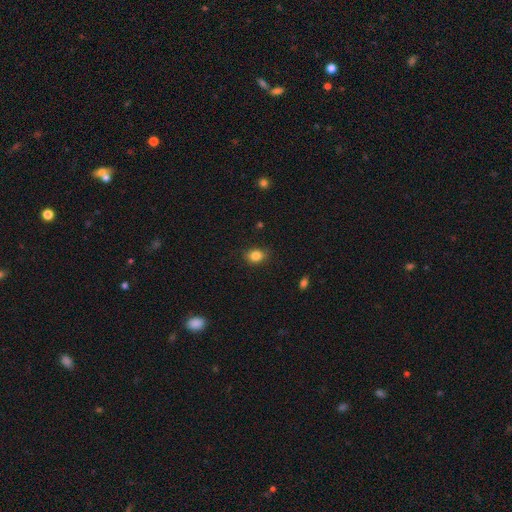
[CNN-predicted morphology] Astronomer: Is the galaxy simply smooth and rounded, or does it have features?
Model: smooth — 84%.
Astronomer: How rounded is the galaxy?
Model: in between — 53% (runner-up: round, 46%).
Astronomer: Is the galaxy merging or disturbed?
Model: none — 84%.